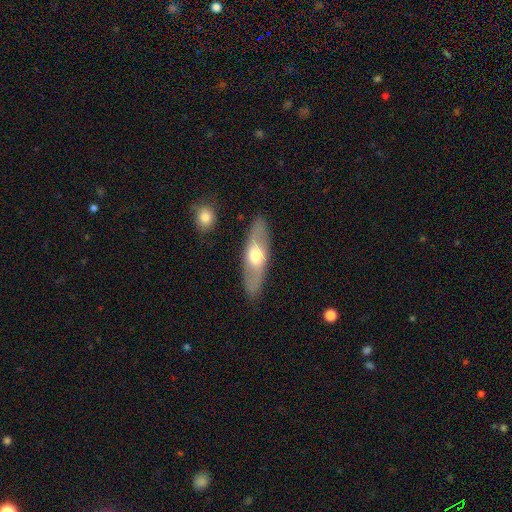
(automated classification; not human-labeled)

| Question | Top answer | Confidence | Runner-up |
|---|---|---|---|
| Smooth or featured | featured or disk | 49% | smooth (46%) |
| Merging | none | 87% | minor disturbance (9%) |